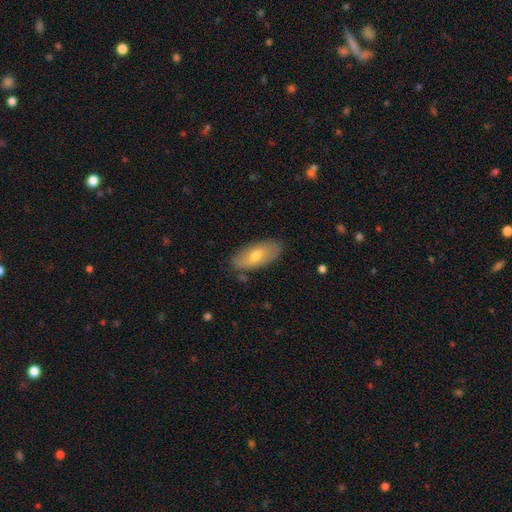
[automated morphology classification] Smooth or featured? smooth (59%)
How rounded? in between (87%)
Merging? none (82%)